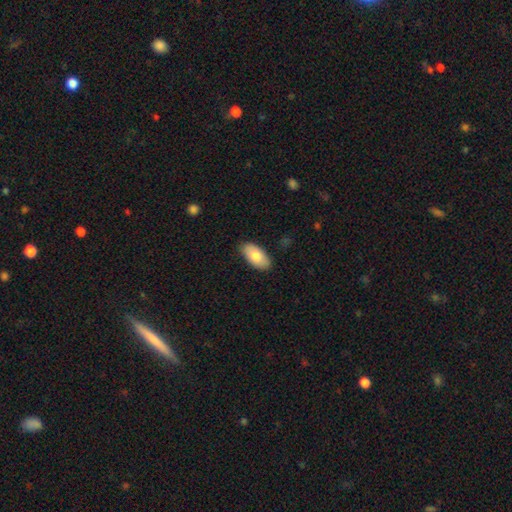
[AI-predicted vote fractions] Morphology: type=smooth (78%); roundness=in between (94%); merging=none (86%).